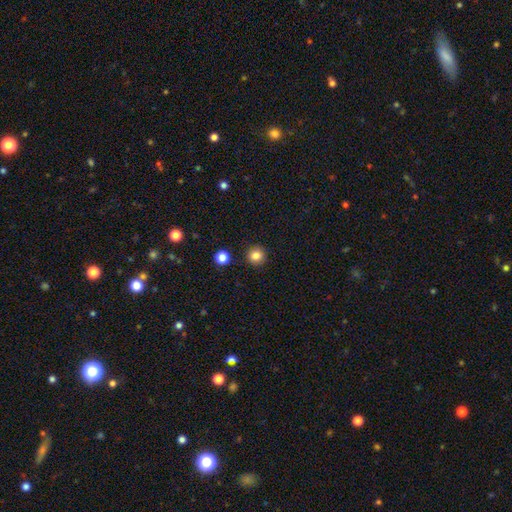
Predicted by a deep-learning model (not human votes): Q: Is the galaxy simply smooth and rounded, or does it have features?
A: smooth — 84%.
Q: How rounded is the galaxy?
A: round — 94%.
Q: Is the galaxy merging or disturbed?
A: none — 91%.